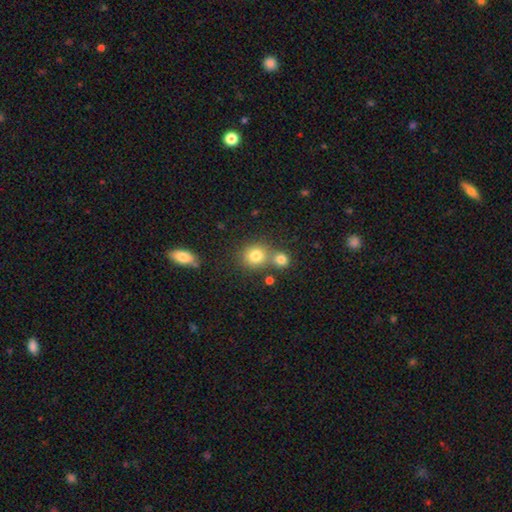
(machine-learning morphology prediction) smooth 80%, star or artifact 12%, featured or disk 8%. Down the decision tree: how rounded — round (83%); merging — none (56%).